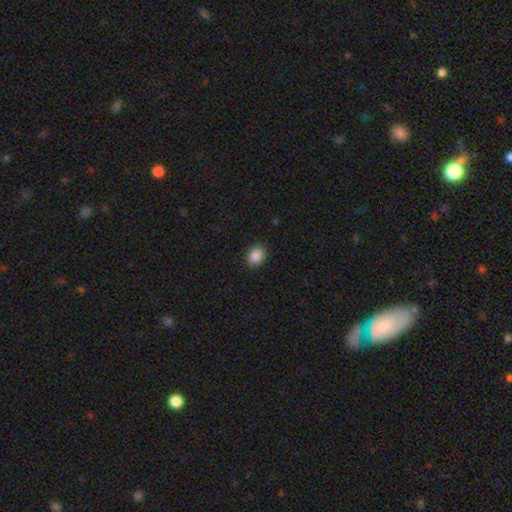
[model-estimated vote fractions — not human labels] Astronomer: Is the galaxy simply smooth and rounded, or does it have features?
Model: smooth — 88%.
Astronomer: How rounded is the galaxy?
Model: round — 50% (runner-up: in between, 49%).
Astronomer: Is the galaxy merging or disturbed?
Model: none — 88%.